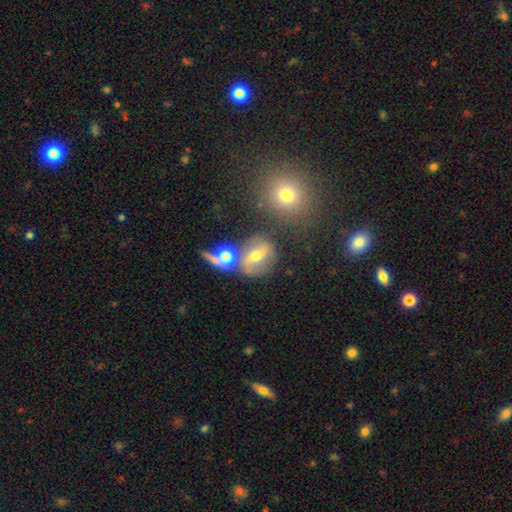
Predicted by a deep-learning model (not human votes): Smooth or featured? featured or disk (54%)
Edge-on disk? no (89%)
Merging? none (55%)